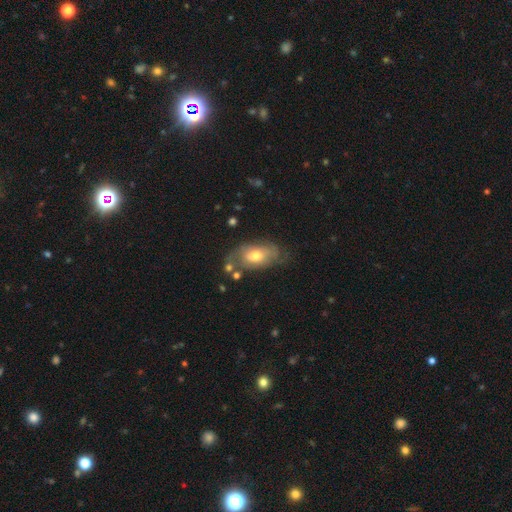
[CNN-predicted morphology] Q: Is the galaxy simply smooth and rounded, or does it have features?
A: smooth — 49%.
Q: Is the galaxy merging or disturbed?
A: none — 54%.